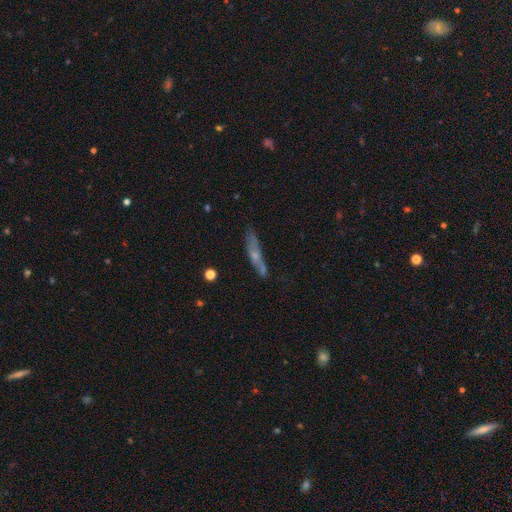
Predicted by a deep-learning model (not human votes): featured or disk 46%, smooth 45%, star or artifact 10%. Down the decision tree: merging — none (60%).